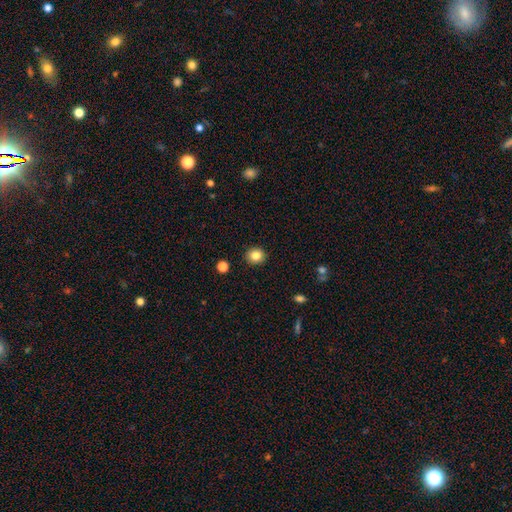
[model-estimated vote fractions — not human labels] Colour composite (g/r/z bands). It shows a smooth galaxy with no disk features (84%) that is round (84%). Merging: none (92%).